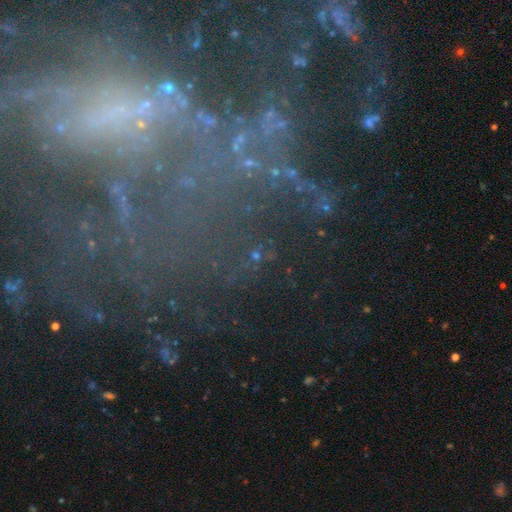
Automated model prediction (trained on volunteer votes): Smooth or featured: star or artifact — 51% (featured or disk — 34%)